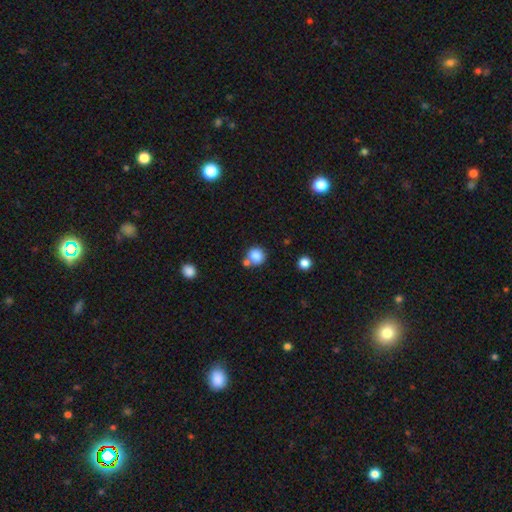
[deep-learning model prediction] smooth 84%, star or artifact 10%, featured or disk 6%. Down the decision tree: how rounded — round (90%); merging — none (66%).